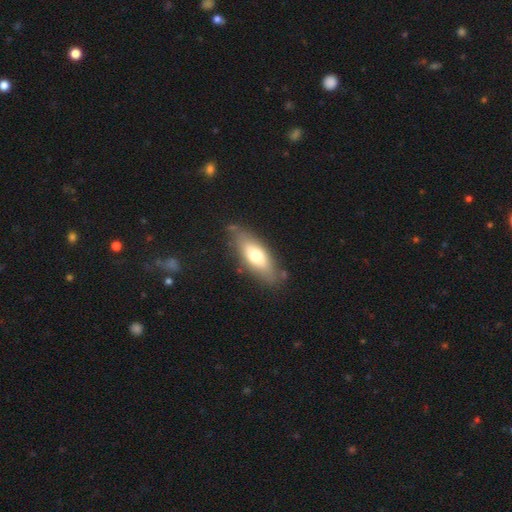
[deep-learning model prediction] smooth_or_featured: smooth (p=0.63) [alt: featured or disk p=0.31]
how_rounded: in between (p=0.67) [alt: cigar-shaped p=0.30]
merging: none (p=0.75) [alt: minor disturbance p=0.17]